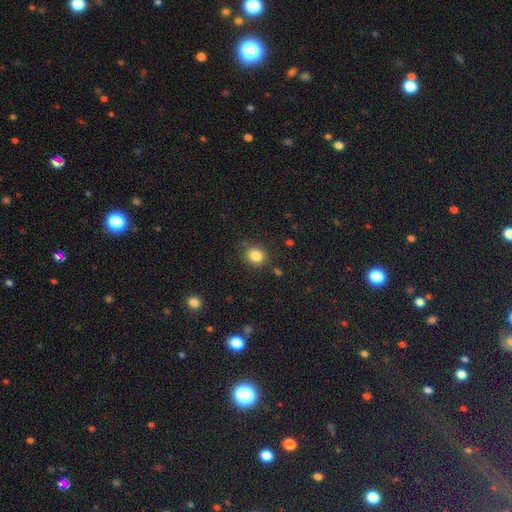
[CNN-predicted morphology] A smooth galaxy with no disk features (83%) that is round (73%). Merging: none (83%).